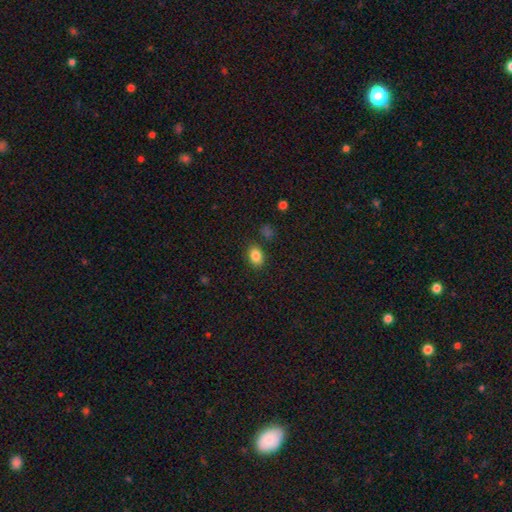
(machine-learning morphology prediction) This is clearly a smooth galaxy (85%). How rounded: likely in between (75%). Merging: clearly none (85%).